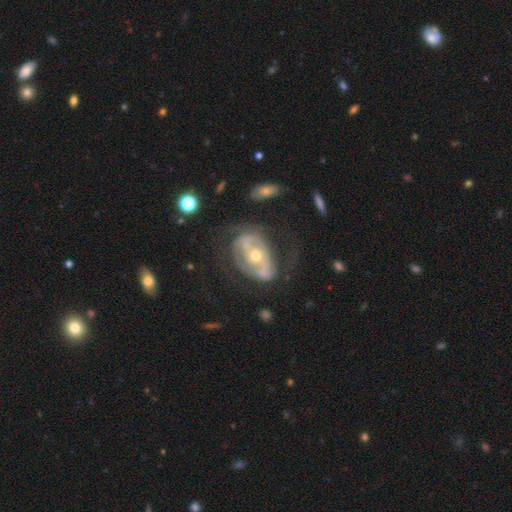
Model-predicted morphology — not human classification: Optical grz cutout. It shows a featured or disk galaxy (78%) with no bar (37%), spiral arms (62%) and a moderate central bulge (55%). Merging: none (50%).